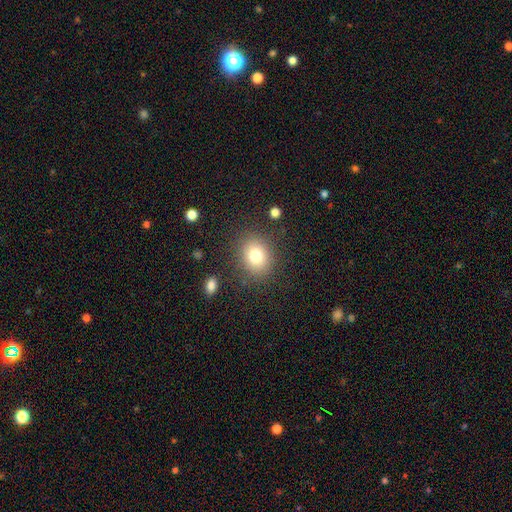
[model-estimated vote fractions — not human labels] A smooth galaxy with no disk features (77%) that is round (66%).

Vote fractions:
- Smooth or featured? smooth: 77% / star or artifact: 12% / featured or disk: 10%
- How rounded? round: 66% / in between: 33% / cigar-shaped: 1%
- Merging? none: 84% / minor disturbance: 9% / major disturbance: 4% / merger: 2%